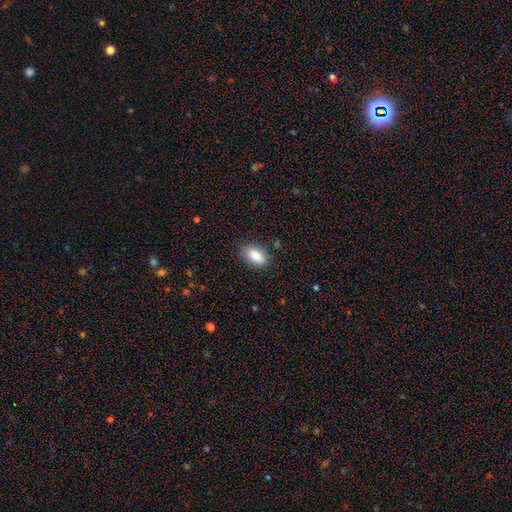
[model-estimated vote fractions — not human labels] This appears to be a smooth galaxy with no disk features (86%) that is in between round and cigar-shaped (92%). Merging: none (82%).